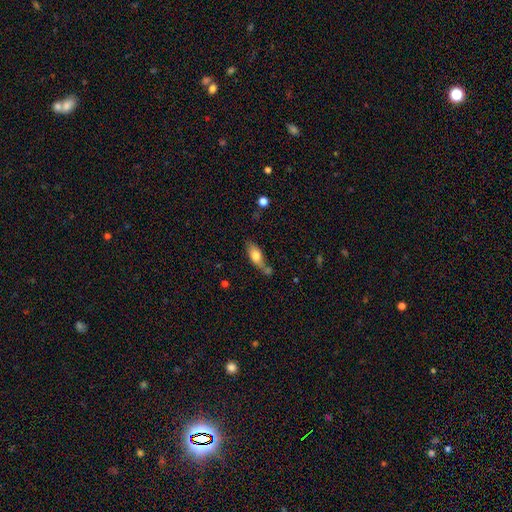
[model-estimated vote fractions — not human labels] The model was most divided on "merging": none: 47%, merger: 24%, minor disturbance: 22%, major disturbance: 8%. More confident: how rounded — in between (76%); smooth or featured — smooth (71%).